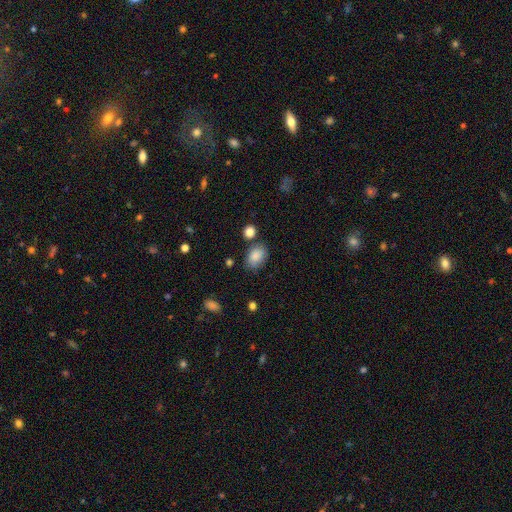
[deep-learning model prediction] Q: Smooth or featured?
A: smooth (86%); runner-up: star or artifact (8%)
Q: How rounded?
A: in between (83%); runner-up: round (16%)
Q: Merging?
A: none (72%); runner-up: minor disturbance (17%)